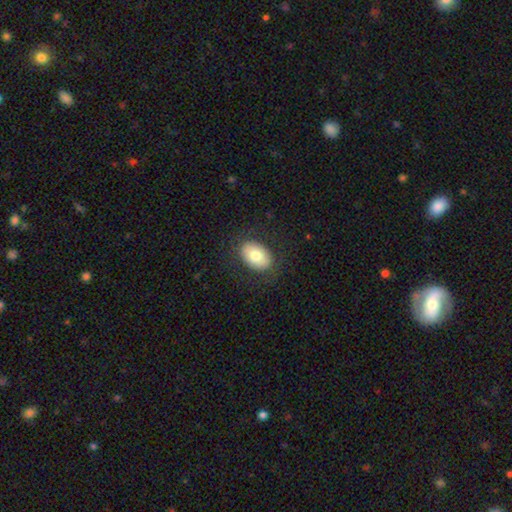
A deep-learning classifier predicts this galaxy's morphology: This appears to be a smooth galaxy with no disk features (77%) that is in between round and cigar-shaped (85%). Merging: none (83%).